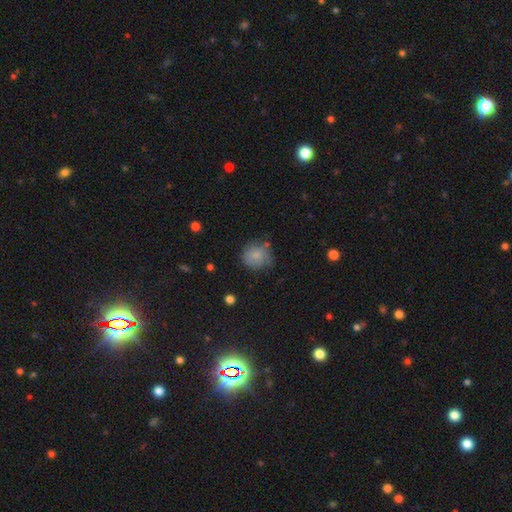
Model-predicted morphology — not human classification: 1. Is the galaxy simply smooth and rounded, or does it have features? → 77% smooth, 15% featured or disk, 8% star or artifact.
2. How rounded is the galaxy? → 83% round, 16% in between, 1% cigar-shaped.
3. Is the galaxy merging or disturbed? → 59% none, 27% minor disturbance, 9% major disturbance, 5% merger.